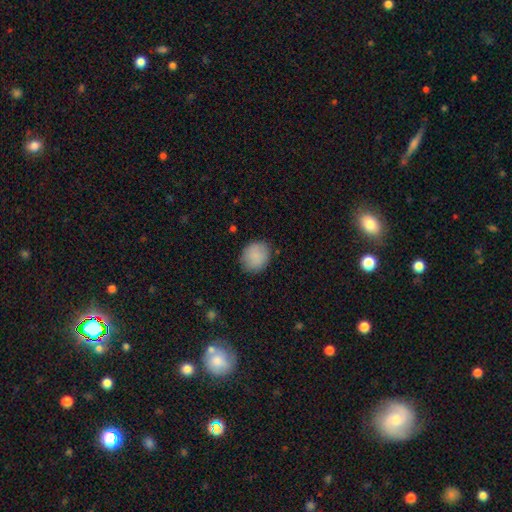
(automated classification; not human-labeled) smooth_or_featured: smooth (p=0.87) [alt: star or artifact p=0.07]
how_rounded: round (p=0.71) [alt: in between p=0.28]
merging: none (p=0.84) [alt: minor disturbance p=0.12]